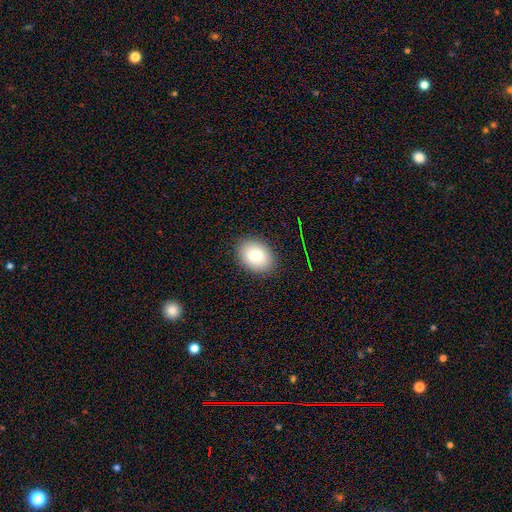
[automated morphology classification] The model was most divided on "how rounded": in between: 70%, round: 29%, cigar-shaped: 1%. More confident: merging — none (88%); smooth or featured — smooth (78%).